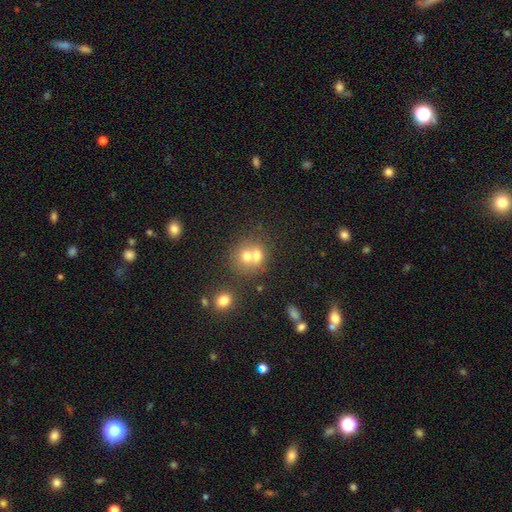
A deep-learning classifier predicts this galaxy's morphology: A smooth galaxy with no disk features (65%) that is round (74%).

Vote fractions:
- Smooth or featured? smooth: 65% / featured or disk: 22% / star or artifact: 13%
- How rounded? round: 74% / in between: 25% / cigar-shaped: 1%
- Merging? merger: 61% / none: 30% / minor disturbance: 6% / major disturbance: 3%